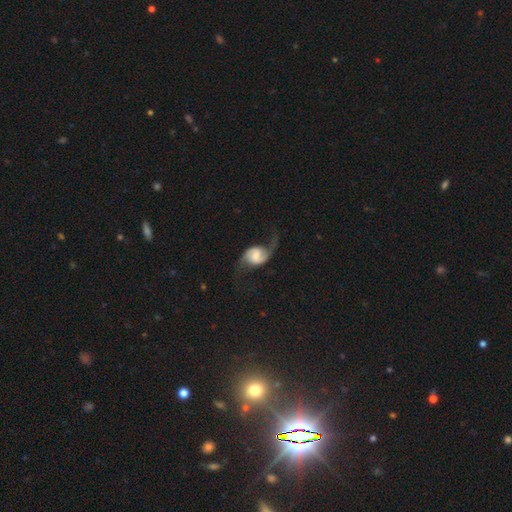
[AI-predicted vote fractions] The model was most divided on "bulge size": moderate: 33%, small: 31%, none: 16%, large: 15%, dominant: 5%. Remaining: edge-on disk — no (97%); spiral arms — yes (95%); spiral arm count — 2 (90%); smooth or featured — featured or disk (79%); spiral winding — loose (73%); merging — none (60%); bar — no (45%).